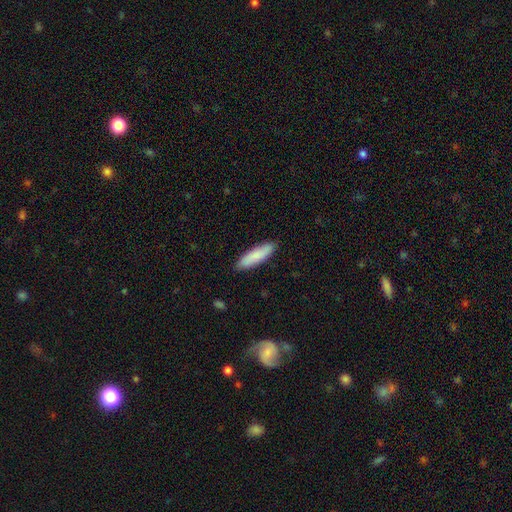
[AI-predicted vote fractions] smooth-or-featured: smooth: 84% | featured or disk: 11% | star or artifact: 5%
  how-rounded: cigar-shaped: 63% | in between: 36% | round: 1%
  merging: none: 87% | minor disturbance: 10% | major disturbance: 2% | merger: 1%